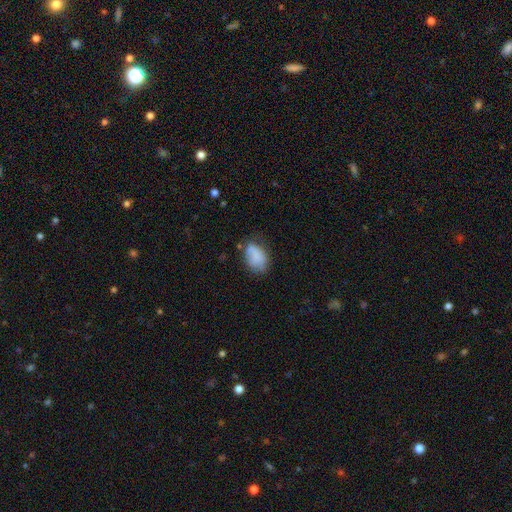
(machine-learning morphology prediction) A smooth galaxy with no disk features (80%) that is in between round and cigar-shaped (86%). Merging: none (56%).